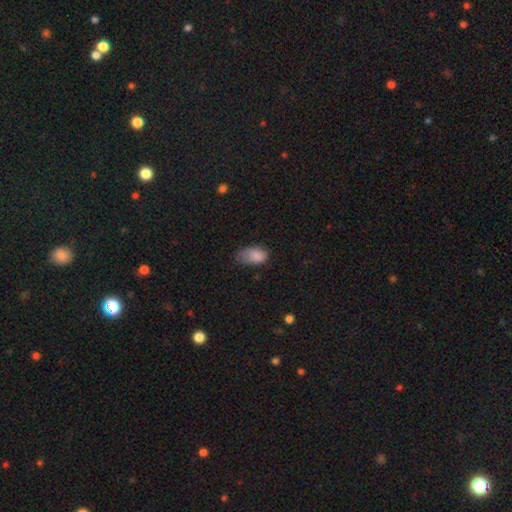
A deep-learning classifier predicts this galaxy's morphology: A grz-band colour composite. It shows a smooth galaxy with no disk features (85%) that is in between round and cigar-shaped (91%). Merging: none (43%).